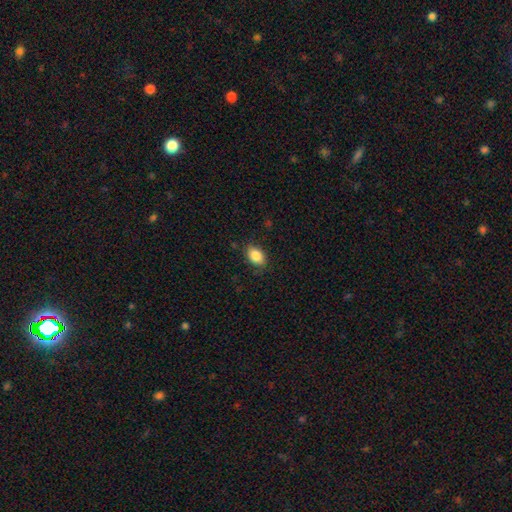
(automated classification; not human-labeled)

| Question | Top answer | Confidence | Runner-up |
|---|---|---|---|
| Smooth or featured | smooth | 86% | star or artifact (8%) |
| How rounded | in between | 84% | round (15%) |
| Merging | none | 81% | minor disturbance (15%) |